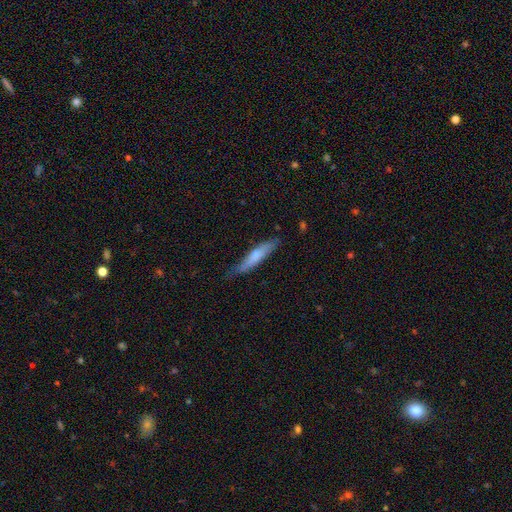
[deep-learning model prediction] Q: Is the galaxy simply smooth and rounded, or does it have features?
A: smooth — 69%.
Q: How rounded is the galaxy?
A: cigar-shaped — 88%.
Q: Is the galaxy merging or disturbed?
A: none — 71%.